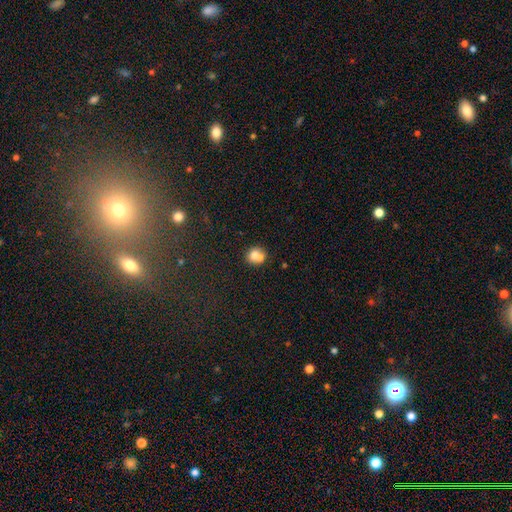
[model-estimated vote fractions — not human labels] Morphology: type=smooth (72%); roundness=round (79%); merging=merger (49%).